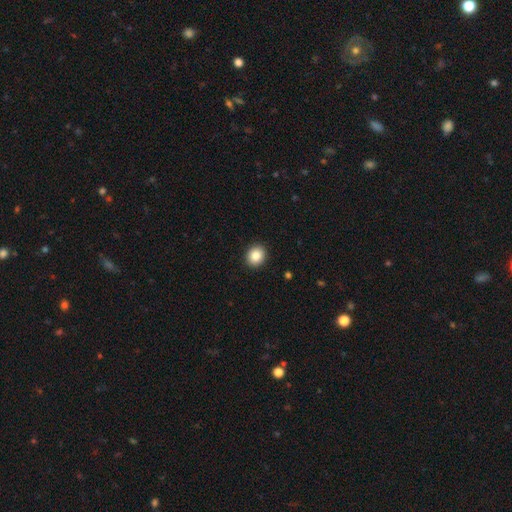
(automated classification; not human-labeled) Q: Smooth or featured?
A: smooth (85%); runner-up: star or artifact (9%)
Q: How rounded?
A: round (71%); runner-up: in between (28%)
Q: Merging?
A: none (92%); runner-up: minor disturbance (5%)